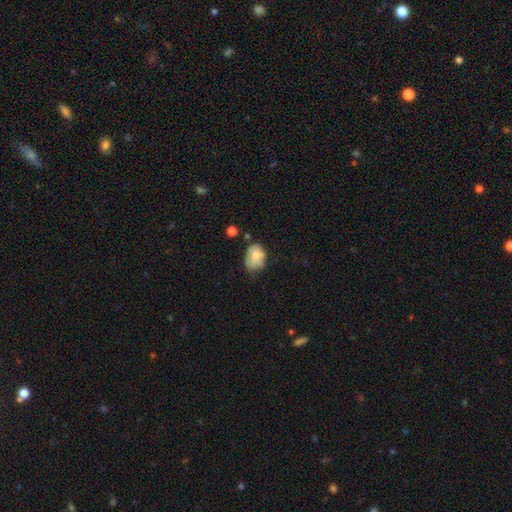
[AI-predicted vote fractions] A smooth galaxy with no disk features (61%) that is in between round and cigar-shaped (67%).

Vote fractions:
- Smooth or featured? smooth: 61% / featured or disk: 30% / star or artifact: 8%
- How rounded? in between: 67% / round: 32% / cigar-shaped: 1%
- Merging? minor disturbance: 40% / none: 37% / major disturbance: 17% / merger: 6%